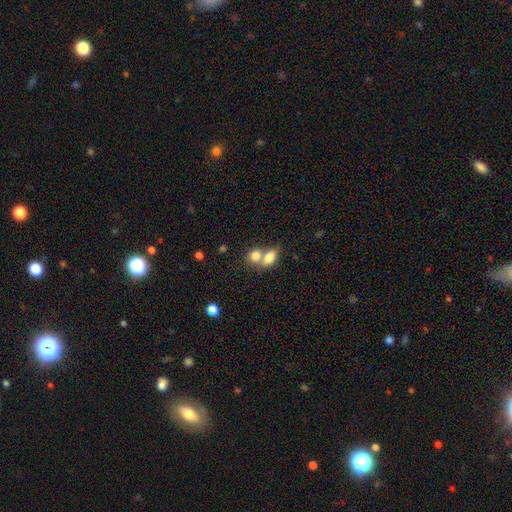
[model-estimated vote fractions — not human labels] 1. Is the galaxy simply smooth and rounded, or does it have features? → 79% smooth, 12% featured or disk, 9% star or artifact.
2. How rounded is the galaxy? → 59% in between, 39% round, 2% cigar-shaped.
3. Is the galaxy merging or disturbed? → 61% merger, 29% none, 7% minor disturbance, 3% major disturbance.